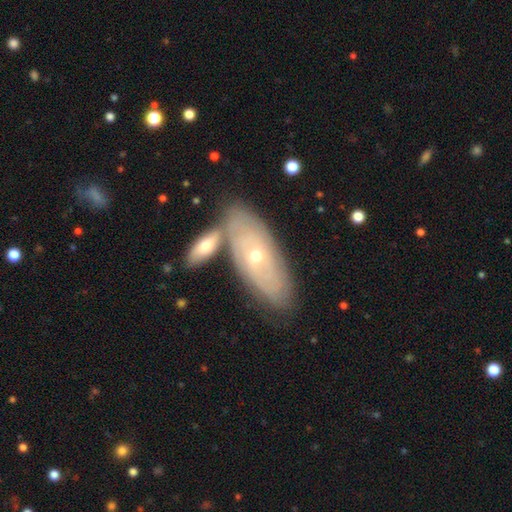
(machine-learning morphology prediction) Smooth or featured?
  - featured or disk: 66% *
  - smooth: 28%
  - star or artifact: 6%
Edge-on disk?
  - no: 83% *
  - yes: 17%
Bar?
  - no: 84% *
  - weak: 13%
  - strong: 3%
Spiral arms?
  - yes: 62% *
  - no: 38%
Bulge size?
  - small: 55% *
  - moderate: 42%
  - large: 1%
  - none: 1%
  - dominant: 1%
Merging?
  - none: 66% *
  - merger: 18%
  - minor disturbance: 13%
  - major disturbance: 3%